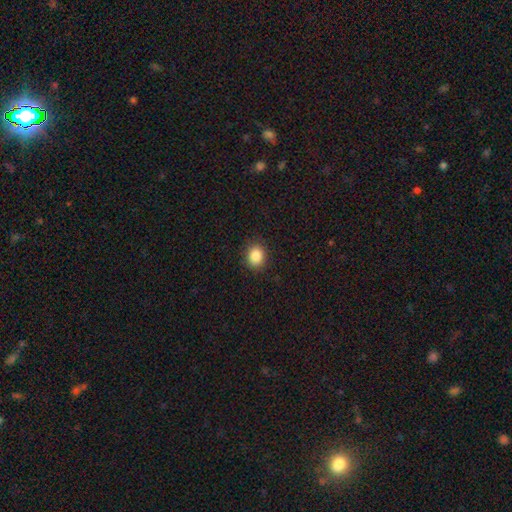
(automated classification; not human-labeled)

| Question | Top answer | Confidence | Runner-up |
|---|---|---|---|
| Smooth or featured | smooth | 87% | star or artifact (10%) |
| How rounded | round | 62% | in between (37%) |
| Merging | none | 89% | minor disturbance (7%) |